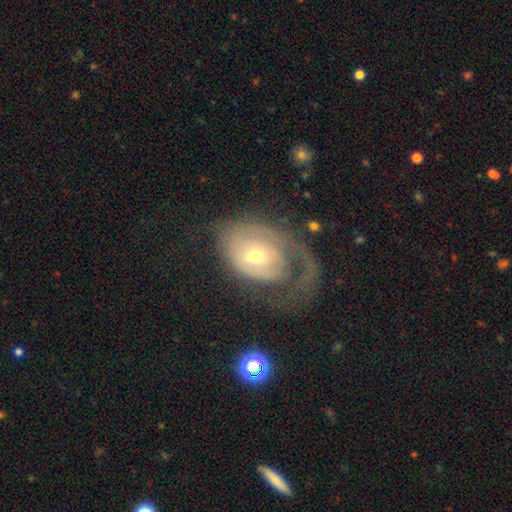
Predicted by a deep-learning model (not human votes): This appears to be a featured or disk galaxy (68%) with no bar (65%), spiral arms (71%) and a small central bulge (49%). Merging: major disturbance (46%).